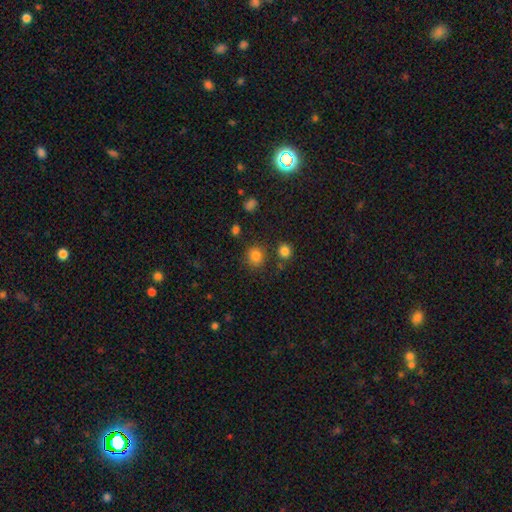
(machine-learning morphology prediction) type=smooth (82%); roundness=round (83%); merging=none (80%).